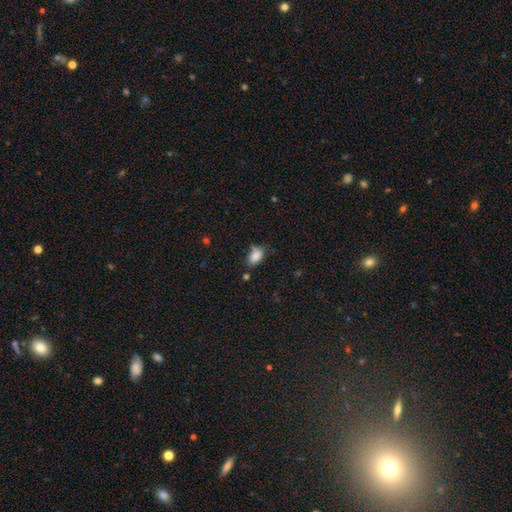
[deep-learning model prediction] This appears to be a smooth galaxy with no disk features (85%) that is in between round and cigar-shaped (88%). Merging: none (54%).